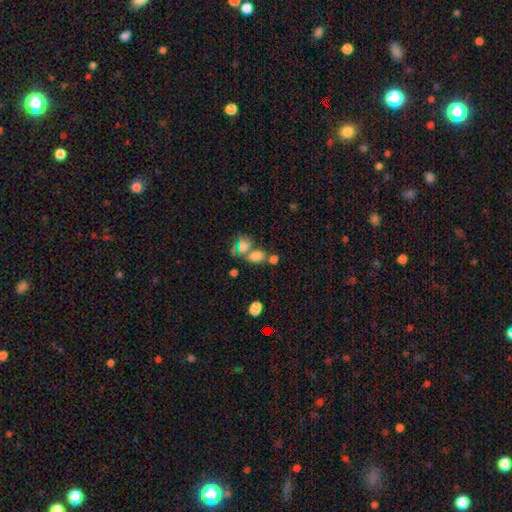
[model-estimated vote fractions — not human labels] The model was most divided on "merging": merger: 44%, none: 37%, minor disturbance: 11%, major disturbance: 8%. More confident: smooth or featured — smooth (71%); how rounded — in between (68%).